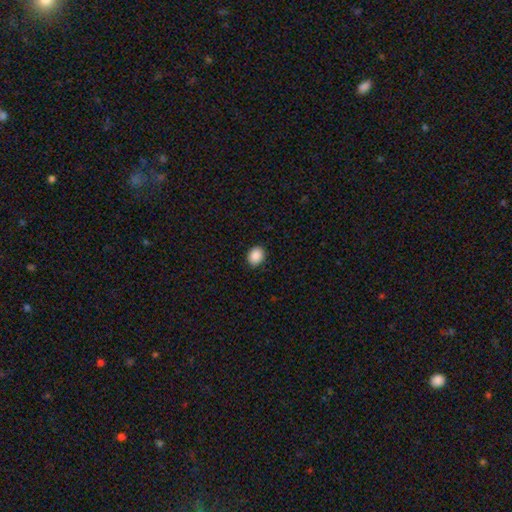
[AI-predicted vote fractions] smooth_or_featured: smooth (p=0.90) [alt: star or artifact p=0.08]
how_rounded: in between (p=0.52) [alt: round p=0.48]
merging: none (p=0.90) [alt: minor disturbance p=0.08]